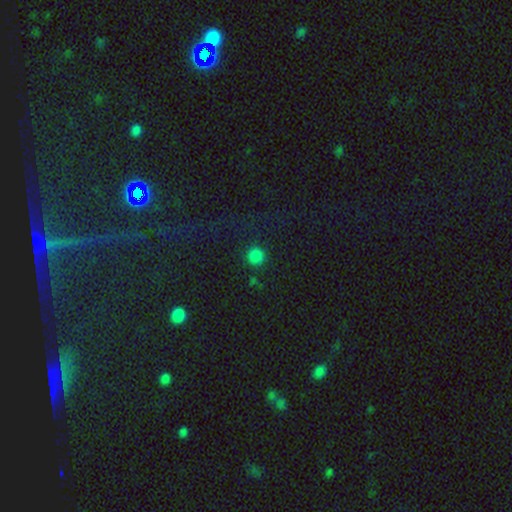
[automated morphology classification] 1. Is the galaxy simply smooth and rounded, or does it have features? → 78% smooth, 17% star or artifact, 4% featured or disk.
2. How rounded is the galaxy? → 92% round, 7% in between, 1% cigar-shaped.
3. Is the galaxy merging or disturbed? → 84% none, 9% minor disturbance, 4% major disturbance, 3% merger.